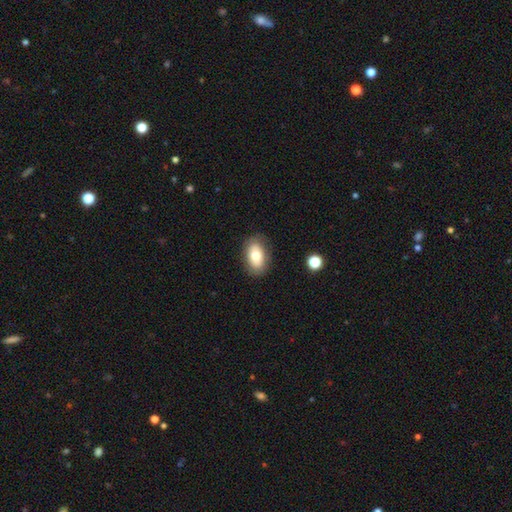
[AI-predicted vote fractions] smooth 72%, featured or disk 21%, star or artifact 8%. Down the decision tree: how rounded — in between (89%); merging — none (83%).